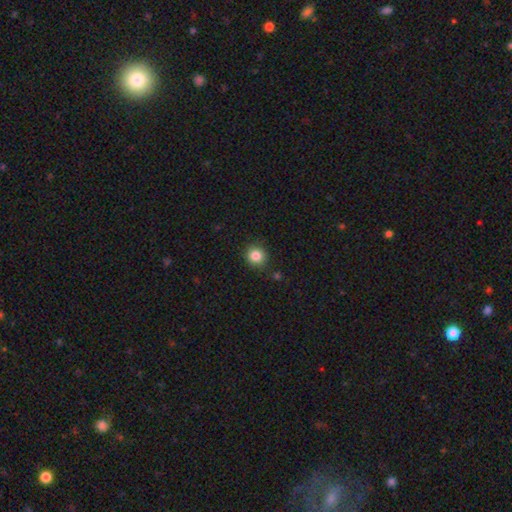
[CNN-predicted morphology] smooth_or_featured: smooth (p=0.85) [alt: star or artifact p=0.11]
how_rounded: round (p=0.90) [alt: in between p=0.09]
merging: none (p=0.88) [alt: minor disturbance p=0.08]